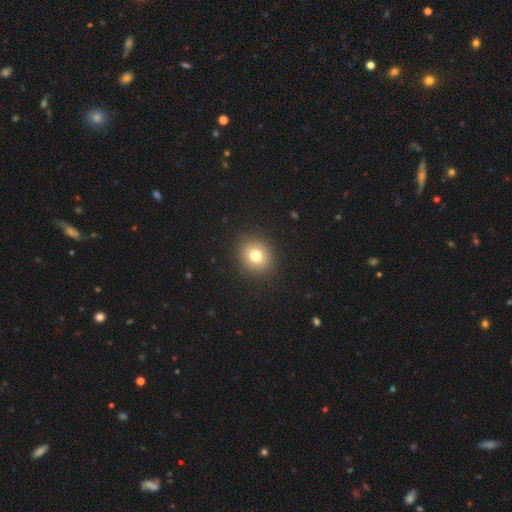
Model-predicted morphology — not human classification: Smooth or featured? Predicted: smooth (p=0.77). How rounded? Predicted: round (p=0.81). Merging? Predicted: none (p=0.90).